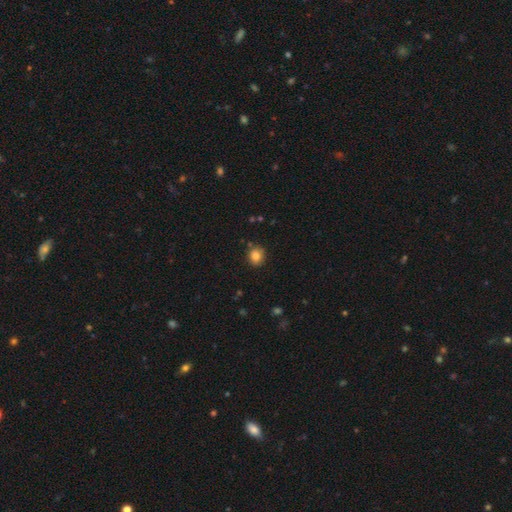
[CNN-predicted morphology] A smooth galaxy with no disk features (84%) that is round (80%). Merging: none (85%).